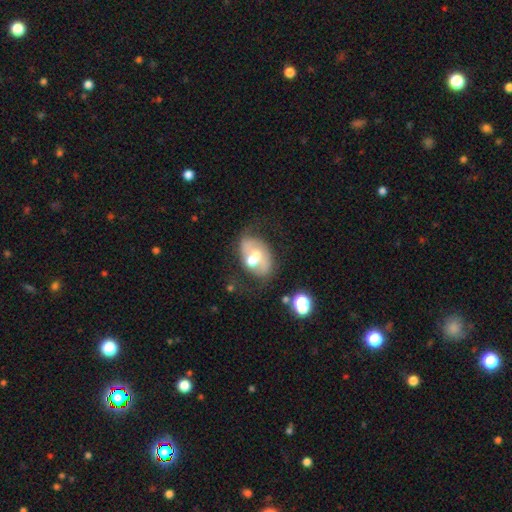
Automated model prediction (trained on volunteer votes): Overall: featured or disk (62%; smooth 29%). Edge-on disk: no (96%). Bar: no (50%; weak 34%). Spiral arms: yes (54%; no 46%). Bulge size: moderate (67%). Merging: none (42%; merger 24%).